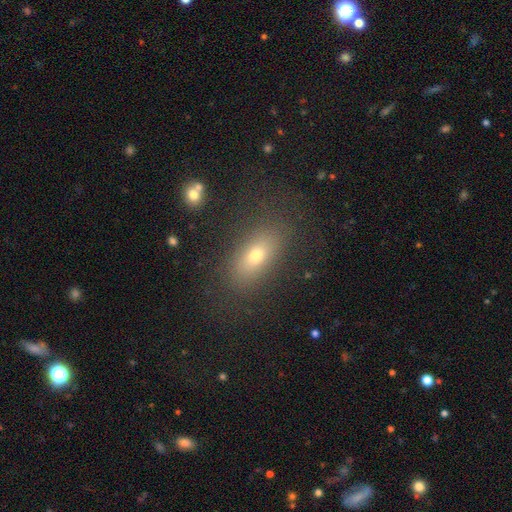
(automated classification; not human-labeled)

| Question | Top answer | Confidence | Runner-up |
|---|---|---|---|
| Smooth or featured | smooth | 66% | featured or disk (19%) |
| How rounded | in between | 79% | round (10%) |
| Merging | none | 80% | minor disturbance (12%) |